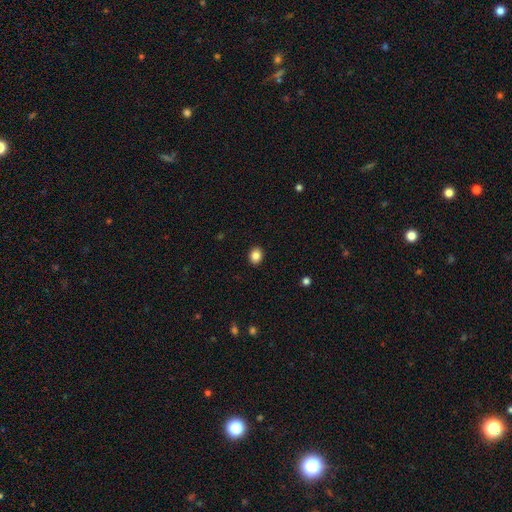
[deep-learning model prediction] The model was most divided on "how rounded": round: 54%, in between: 46%, cigar-shaped: 1%. More confident: merging — none (91%); smooth or featured — smooth (86%).